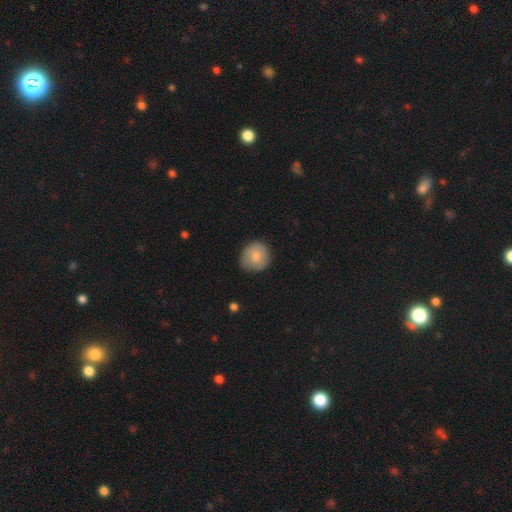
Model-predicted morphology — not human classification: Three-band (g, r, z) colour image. It shows a smooth galaxy with no disk features (80%) that is round (85%). Merging: none (79%).